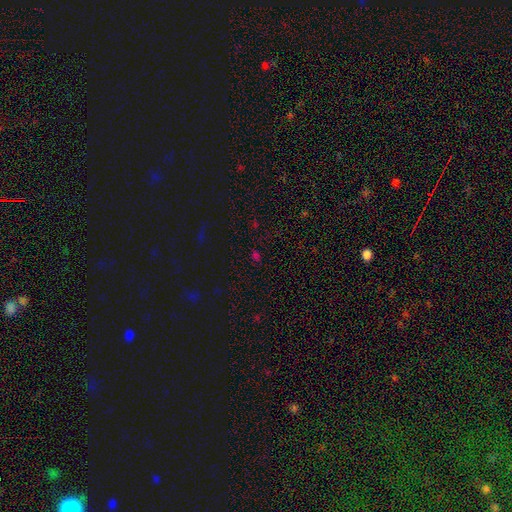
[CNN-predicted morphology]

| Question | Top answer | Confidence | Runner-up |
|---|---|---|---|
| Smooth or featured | star or artifact | 55% | smooth (38%) |